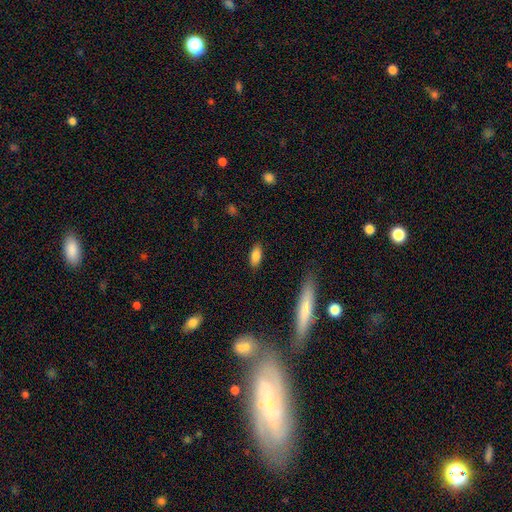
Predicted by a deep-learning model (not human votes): Smooth or featured: smooth — 83% (featured or disk — 10%)
How rounded: in between — 84% (cigar-shaped — 14%)
Merging: none — 87% (minor disturbance — 9%)